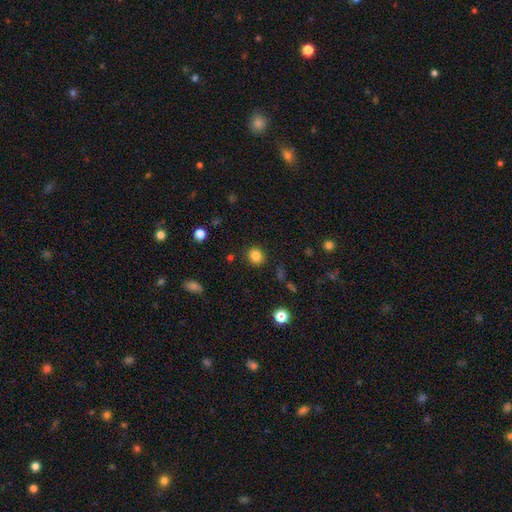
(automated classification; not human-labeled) Smooth or featured?
  - smooth: 84% *
  - star or artifact: 11%
  - featured or disk: 5%
How rounded?
  - round: 80% *
  - in between: 19%
  - cigar-shaped: 1%
Merging?
  - none: 89% *
  - minor disturbance: 7%
  - major disturbance: 2%
  - merger: 2%